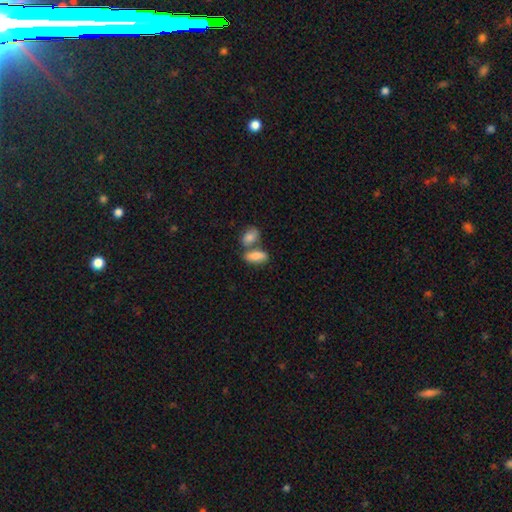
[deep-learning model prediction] smooth-or-featured: smooth: 84% | featured or disk: 10% | star or artifact: 7%
  how-rounded: in between: 82% | cigar-shaped: 14% | round: 4%
  merging: merger: 44% | none: 41% | minor disturbance: 10% | major disturbance: 4%